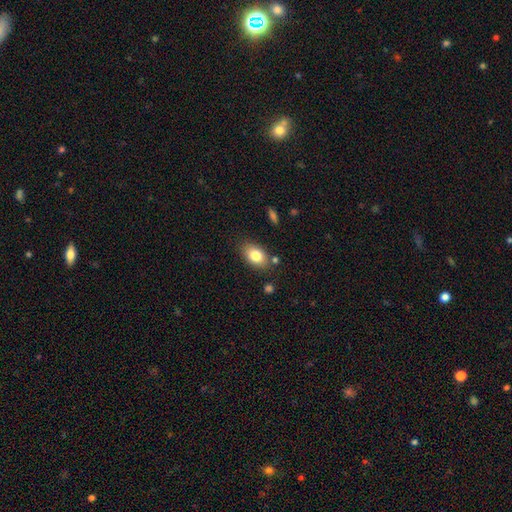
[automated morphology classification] smooth_or_featured: smooth (p=0.80) [alt: featured or disk p=0.11]
how_rounded: in between (p=0.86) [alt: round p=0.12]
merging: none (p=0.79) [alt: minor disturbance p=0.13]